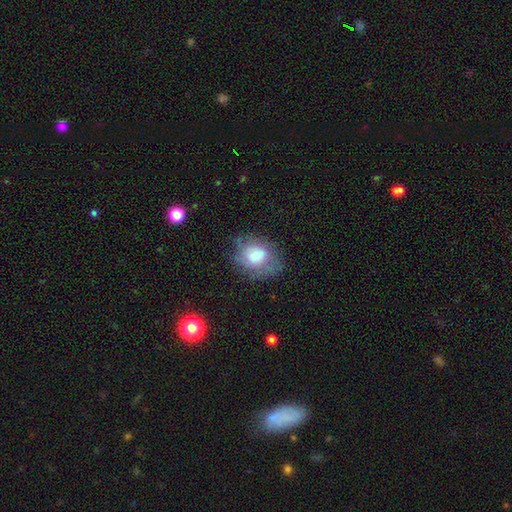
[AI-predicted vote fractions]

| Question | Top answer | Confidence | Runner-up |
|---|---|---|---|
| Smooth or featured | smooth | 68% | featured or disk (23%) |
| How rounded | in between | 57% | round (42%) |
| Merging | none | 49% | minor disturbance (30%) |